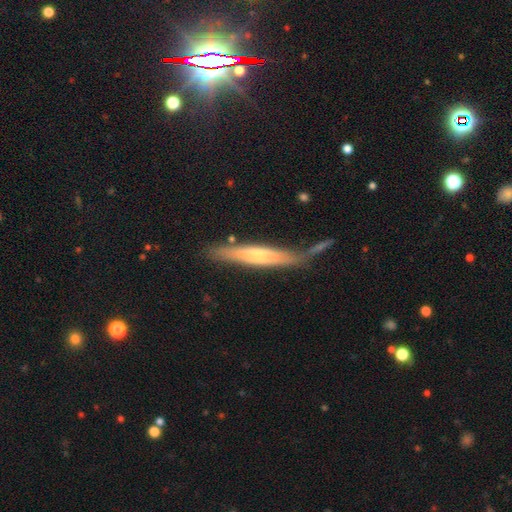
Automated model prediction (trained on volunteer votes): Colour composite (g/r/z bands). It shows a featured or disk galaxy (49%). Merging: none (60%).